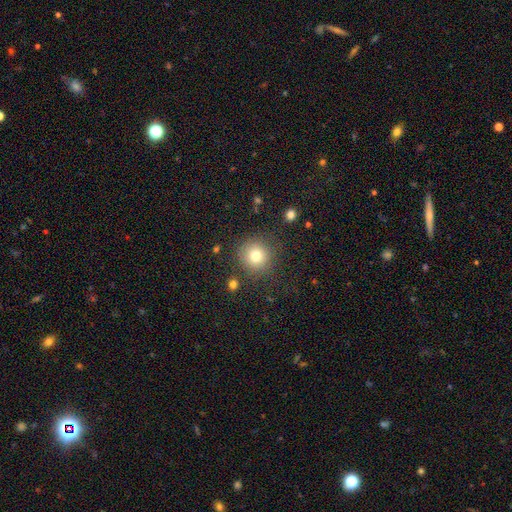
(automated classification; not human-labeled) This appears to be a smooth galaxy with no disk features (77%) that is round (93%). Merging: none (85%).